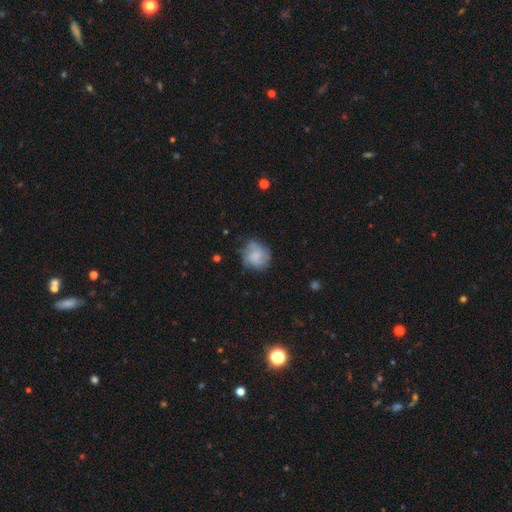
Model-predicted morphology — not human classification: smooth-or-featured: smooth: 56% | featured or disk: 36% | star or artifact: 8%
  how-rounded: round: 81% | in between: 18% | cigar-shaped: 1%
  merging: none: 69% | minor disturbance: 22% | major disturbance: 8% | merger: 2%